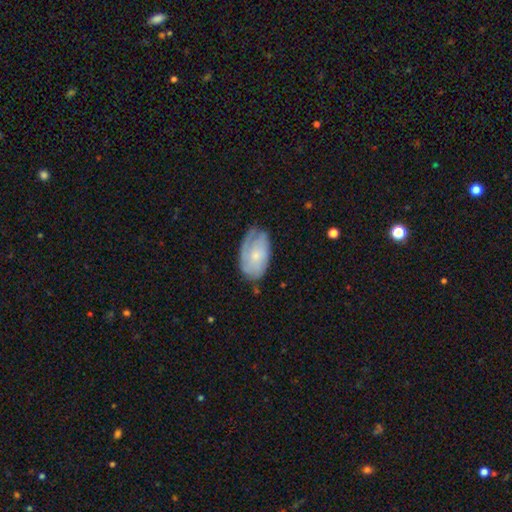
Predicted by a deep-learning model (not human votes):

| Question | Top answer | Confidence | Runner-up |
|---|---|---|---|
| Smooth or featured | featured or disk | 51% | smooth (42%) |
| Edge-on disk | no | 94% | yes (6%) |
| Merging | none | 59% | minor disturbance (29%) |